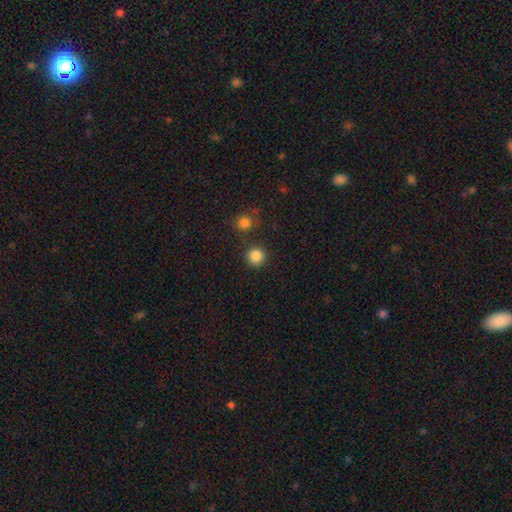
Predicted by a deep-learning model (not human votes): smooth_or_featured: smooth (p=0.85) [alt: star or artifact p=0.12]
how_rounded: round (p=0.94) [alt: in between p=0.05]
merging: none (p=0.85) [alt: minor disturbance p=0.07]